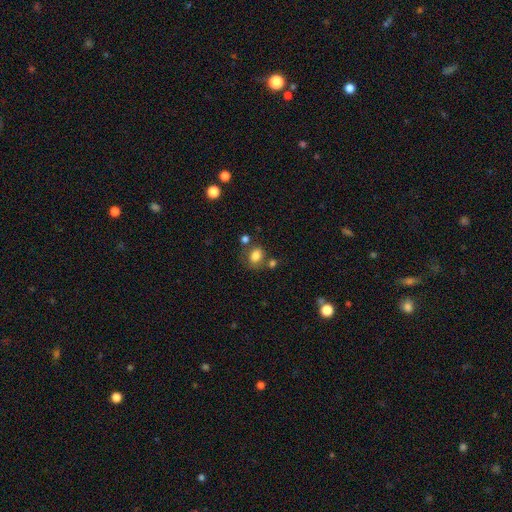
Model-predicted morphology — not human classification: Smooth or featured? smooth (81%)
How rounded? in between (50%)
Merging? none (63%)